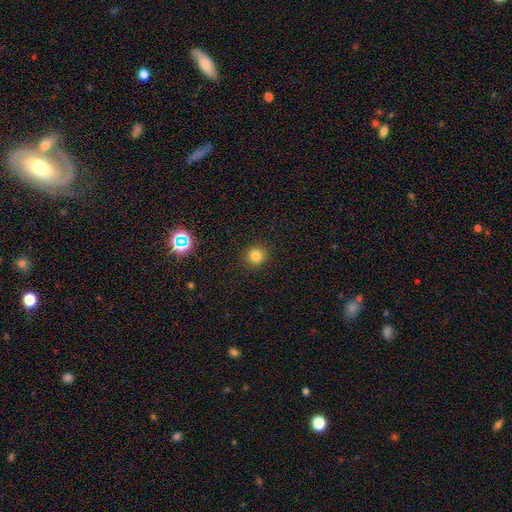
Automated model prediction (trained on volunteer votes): Smooth or featured? smooth (81%)
How rounded? round (92%)
Merging? none (91%)